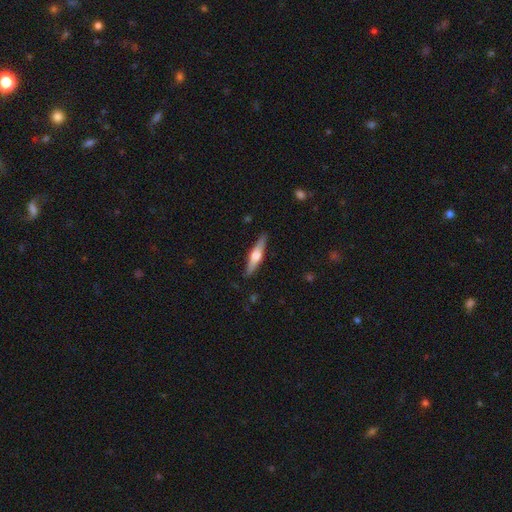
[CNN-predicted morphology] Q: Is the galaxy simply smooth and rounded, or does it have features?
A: featured or disk — 62%.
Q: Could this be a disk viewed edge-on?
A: yes — 97%.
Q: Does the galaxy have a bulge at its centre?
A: rounded — 90%.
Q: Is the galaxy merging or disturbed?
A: none — 89%.